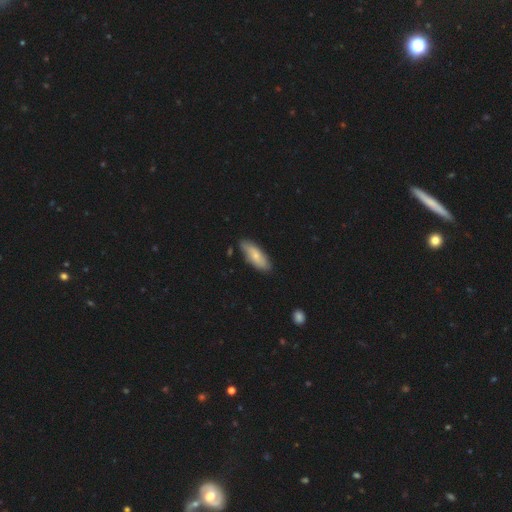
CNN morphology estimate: Smooth or featured: smooth — 64% (featured or disk — 31%)
How rounded: in between — 73% (cigar-shaped — 25%)
Merging: none — 79% (minor disturbance — 16%)